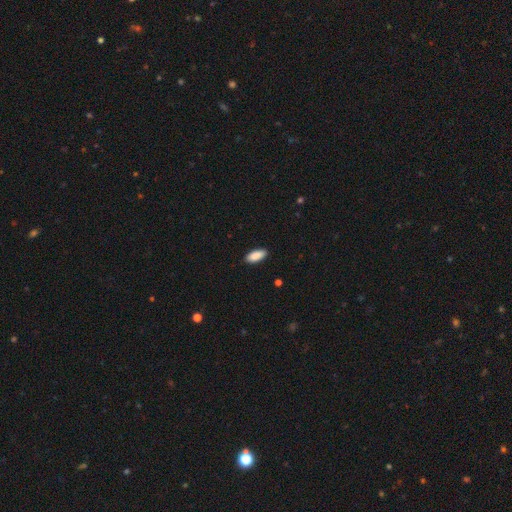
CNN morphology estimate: Smooth or featured? Predicted: smooth (p=0.90). How rounded? Predicted: in between (p=0.86). Merging? Predicted: none (p=0.89).